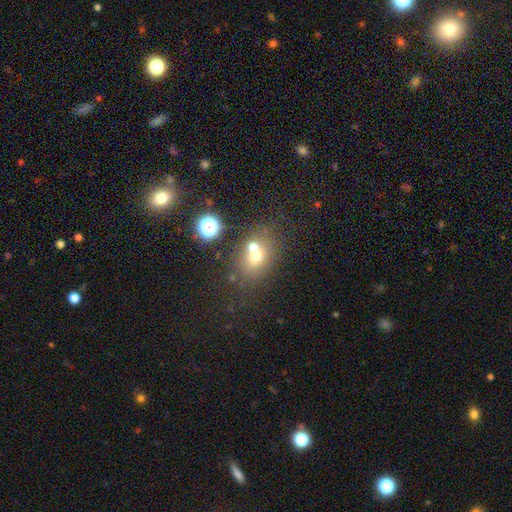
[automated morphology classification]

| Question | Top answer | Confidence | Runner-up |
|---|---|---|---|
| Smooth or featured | smooth | 62% | featured or disk (20%) |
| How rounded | round | 60% | in between (39%) |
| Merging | merger | 45% | none (42%) |